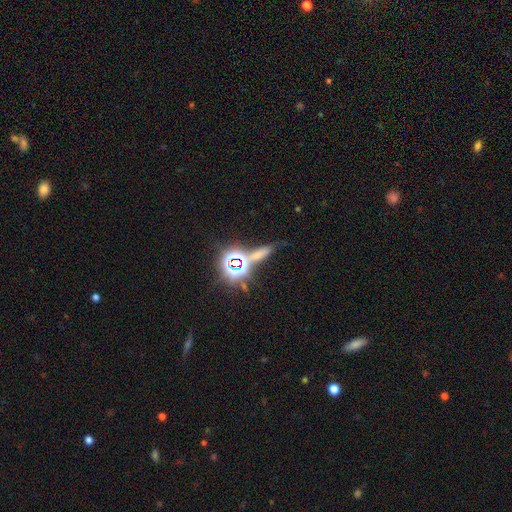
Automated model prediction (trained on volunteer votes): Morphology: type=star or artifact (45%).